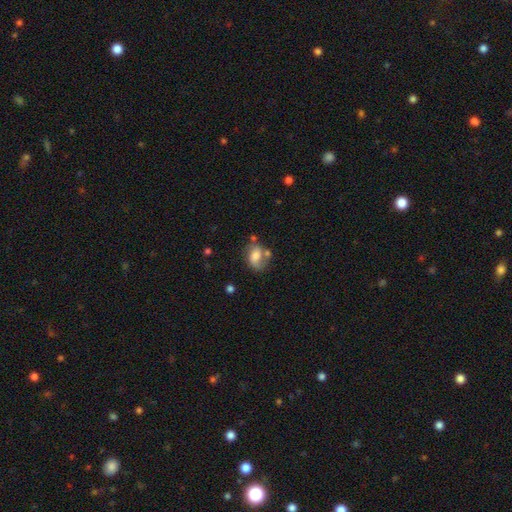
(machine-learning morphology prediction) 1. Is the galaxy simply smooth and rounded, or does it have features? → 58% smooth, 33% featured or disk, 9% star or artifact.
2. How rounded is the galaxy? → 72% in between, 26% round, 2% cigar-shaped.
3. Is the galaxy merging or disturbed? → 44% none, 25% minor disturbance, 18% merger, 13% major disturbance.